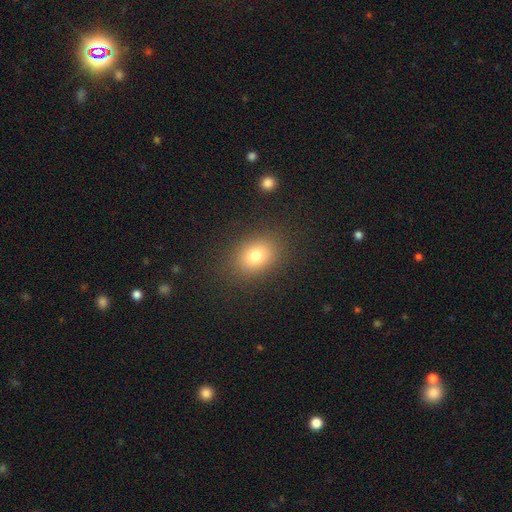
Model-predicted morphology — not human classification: smooth_or_featured: smooth (p=0.77) [alt: star or artifact p=0.12]
how_rounded: in between (p=0.62) [alt: round p=0.37]
merging: none (p=0.85) [alt: minor disturbance p=0.09]